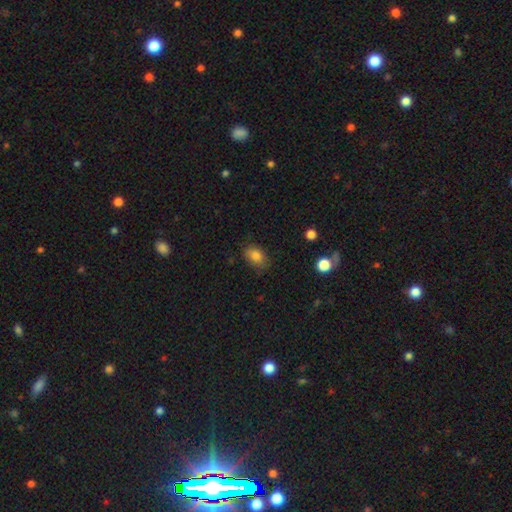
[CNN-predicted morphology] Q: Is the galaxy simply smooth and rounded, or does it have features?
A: smooth — 83%.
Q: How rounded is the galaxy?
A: in between — 80%.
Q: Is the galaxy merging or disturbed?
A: none — 74%.